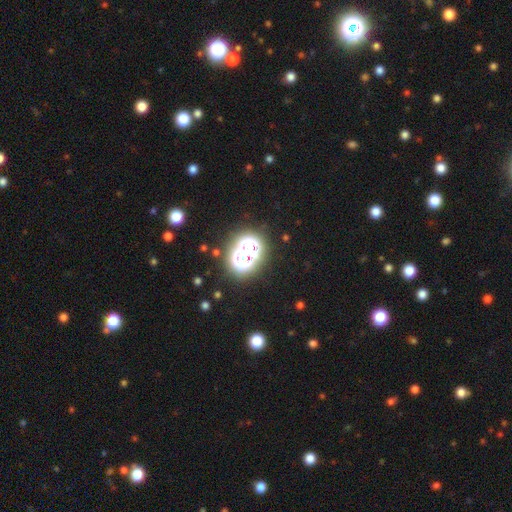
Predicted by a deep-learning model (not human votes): A star or artifact, not a galaxy (62%).